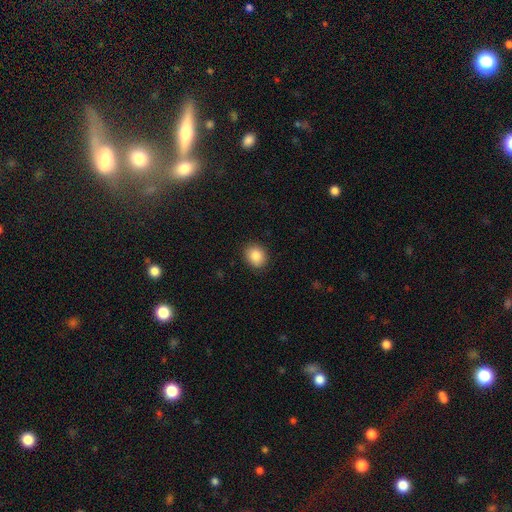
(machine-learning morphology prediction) This appears to be a smooth galaxy with no disk features (87%) that is round (59%). Merging: none (89%).